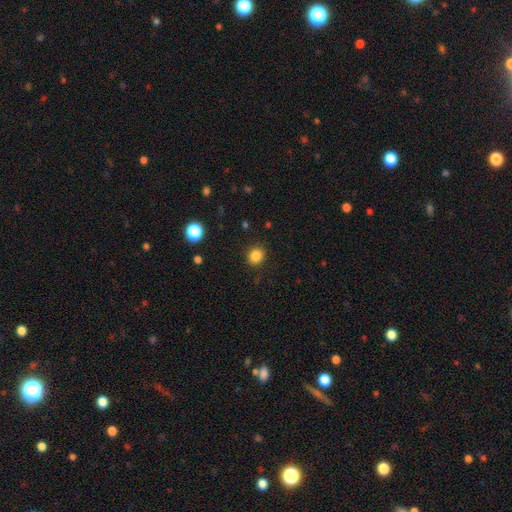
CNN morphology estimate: smooth-or-featured: smooth: 85% | star or artifact: 11% | featured or disk: 4%
  how-rounded: round: 78% | in between: 21% | cigar-shaped: 1%
  merging: none: 89% | minor disturbance: 7% | major disturbance: 2% | merger: 1%